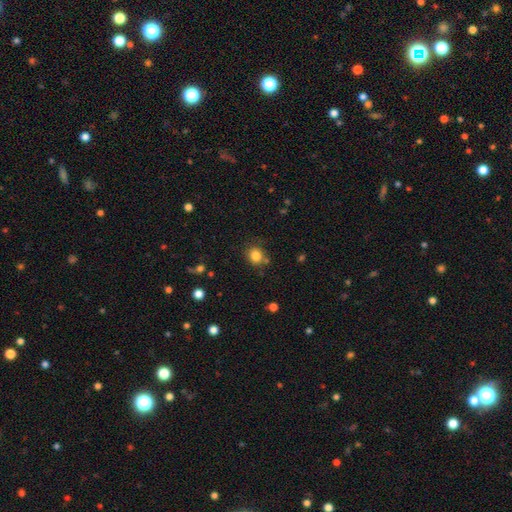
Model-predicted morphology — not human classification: This is clearly a smooth galaxy (83%). How rounded: likely round (79%). Merging: likely none (76%).